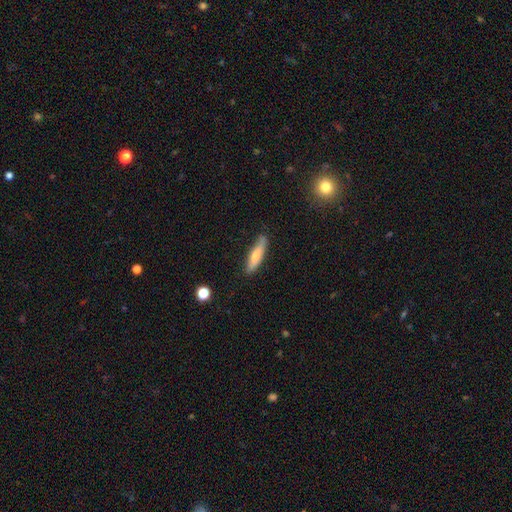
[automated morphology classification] Q: Smooth or featured?
A: smooth (65%); runner-up: featured or disk (29%)
Q: How rounded?
A: cigar-shaped (81%); runner-up: in between (18%)
Q: Merging?
A: none (82%); runner-up: minor disturbance (14%)